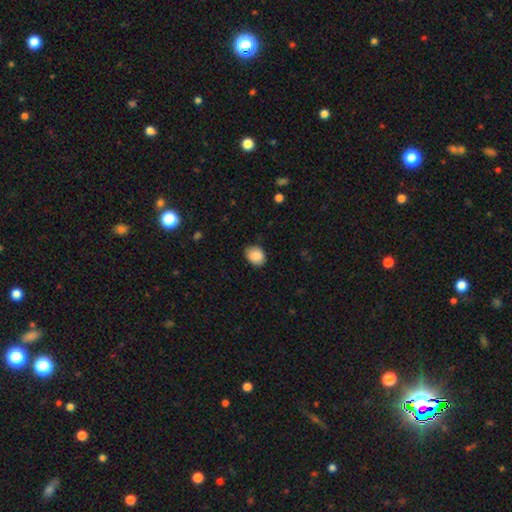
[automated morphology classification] This is clearly a smooth galaxy (88%). How rounded: possibly in between (60%). Merging: clearly none (80%).